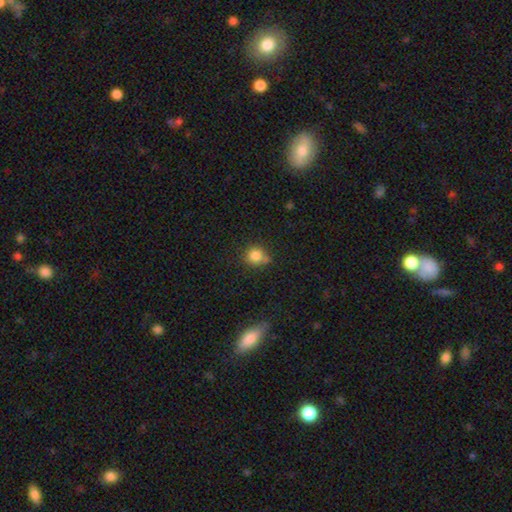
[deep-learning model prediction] The model was most divided on "merging": none: 65%, minor disturbance: 17%, merger: 14%, major disturbance: 4%. More confident: how rounded — round (88%); smooth or featured — smooth (82%).